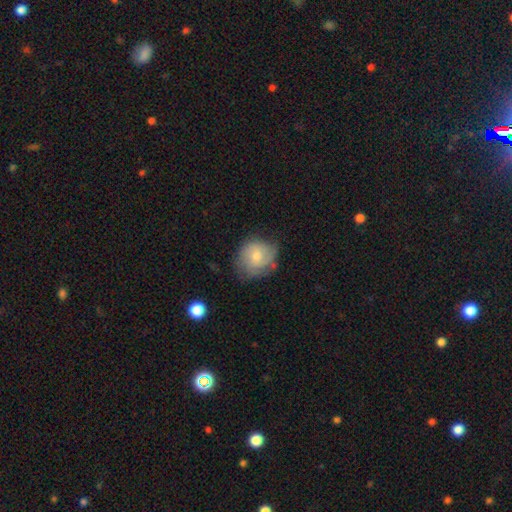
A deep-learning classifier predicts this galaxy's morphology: Smooth or featured: smooth — 58% (featured or disk — 34%)
How rounded: round — 72% (in between — 27%)
Merging: none — 57% (minor disturbance — 31%)